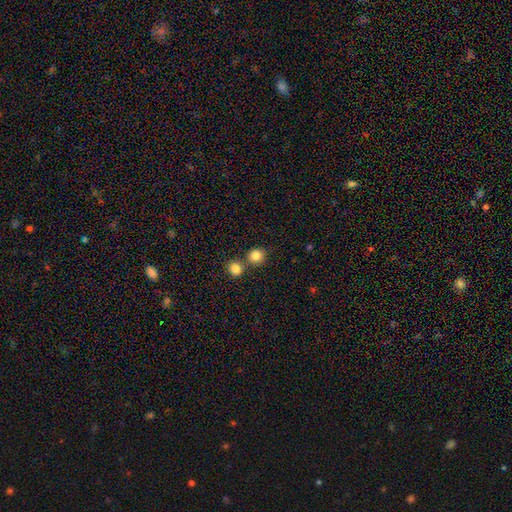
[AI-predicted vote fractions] This is clearly a smooth galaxy (84%). How rounded: clearly round (86%). Merging: likely none (65%).